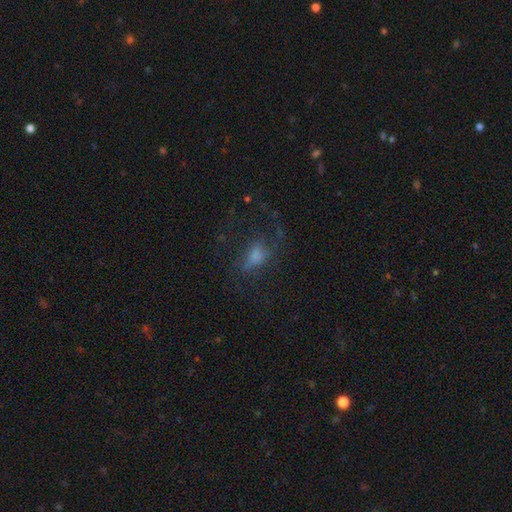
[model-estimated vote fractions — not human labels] Overall: smooth (40%, tied with featured or disk). Merging: none (45%; major disturbance 34%).